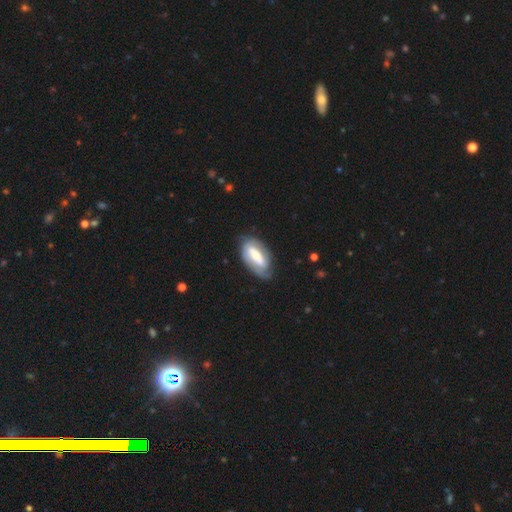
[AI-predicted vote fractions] A featured or disk galaxy (65%) with a strong bar (47%), spiral arms (73%) and a moderate central bulge (49%).

Vote fractions:
- Smooth or featured? featured or disk: 65% / smooth: 30% / star or artifact: 5%
- Edge-on disk? no: 92% / yes: 8%
- Bar? strong: 47% / weak: 31% / no: 22%
- Spiral arms? yes: 73% / no: 27%
- Bulge size? moderate: 49% / small: 37% / large: 10% / none: 2% / dominant: 2%
- Merging? none: 68% / minor disturbance: 22% / major disturbance: 8% / merger: 2%